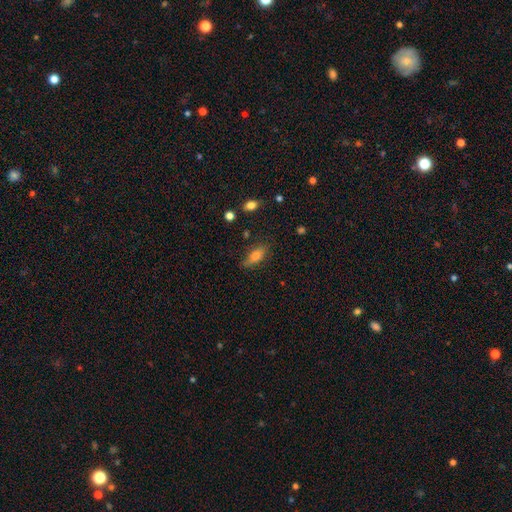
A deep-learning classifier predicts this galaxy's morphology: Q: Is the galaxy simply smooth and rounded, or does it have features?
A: smooth — 70%.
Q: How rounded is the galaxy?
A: in between — 70%.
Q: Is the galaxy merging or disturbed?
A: none — 76%.